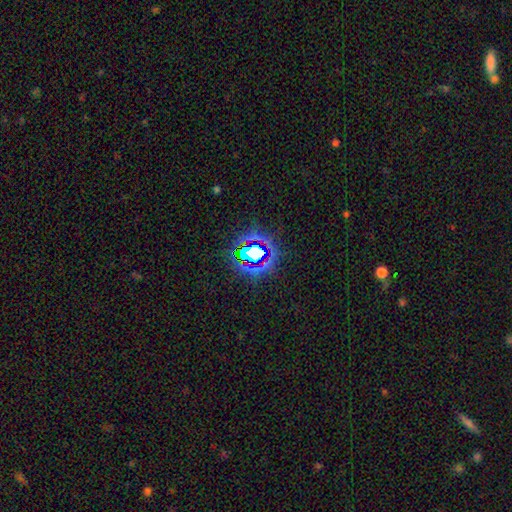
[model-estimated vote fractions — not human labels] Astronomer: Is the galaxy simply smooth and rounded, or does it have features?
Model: star or artifact — 71%.